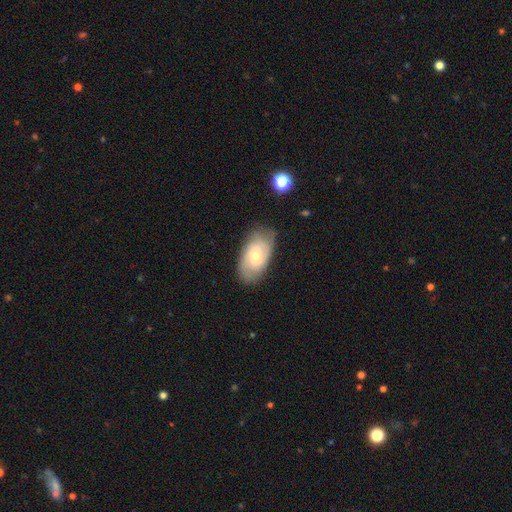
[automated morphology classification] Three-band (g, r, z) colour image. It shows a featured or disk galaxy (66%) with no bar (67%), can't tell (38%, tied with 2) tight (60%) spiral arms (87%) and a small central bulge (57%). Merging: none (74%).